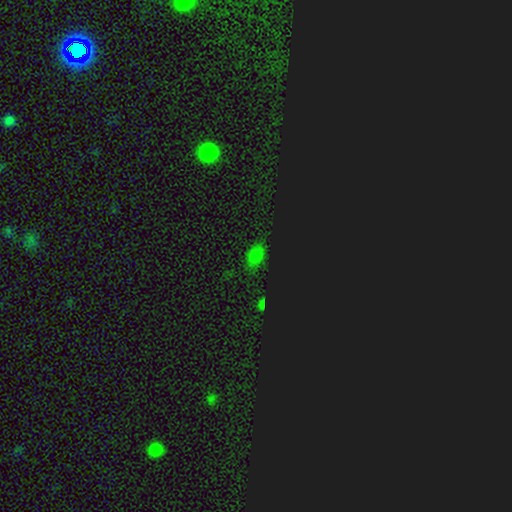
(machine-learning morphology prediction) A smooth galaxy with no disk features (64%) that is in between round and cigar-shaped (83%).

Vote fractions:
- Smooth or featured? smooth: 64% / star or artifact: 30% / featured or disk: 6%
- How rounded? in between: 83% / round: 14% / cigar-shaped: 3%
- Merging? none: 79% / minor disturbance: 15% / major disturbance: 4% / merger: 2%